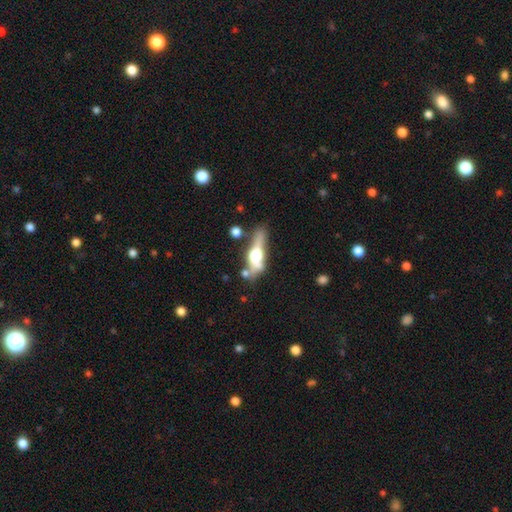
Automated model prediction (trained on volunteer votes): A featured or disk galaxy (61%) viewed edge-on (84%) with a rounded central bulge (94%).

Vote fractions:
- Smooth or featured? featured or disk: 61% / smooth: 32% / star or artifact: 7%
- Edge-on disk? yes: 84% / no: 16%
- Edge-on bulge? rounded: 94% / boxy: 4% / none: 2%
- Merging? none: 55% / minor disturbance: 19% / merger: 15% / major disturbance: 10%